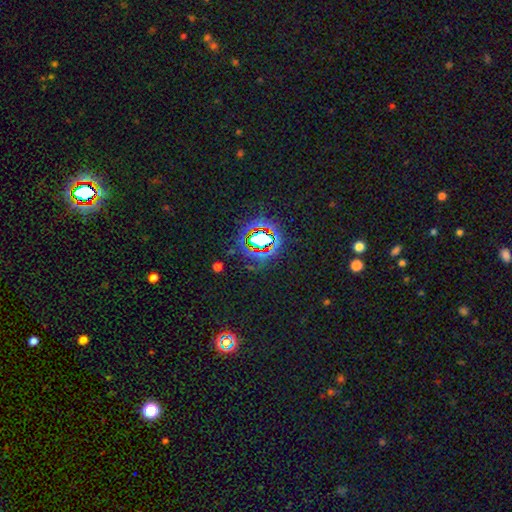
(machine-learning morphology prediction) Smooth or featured? star or artifact (81%)